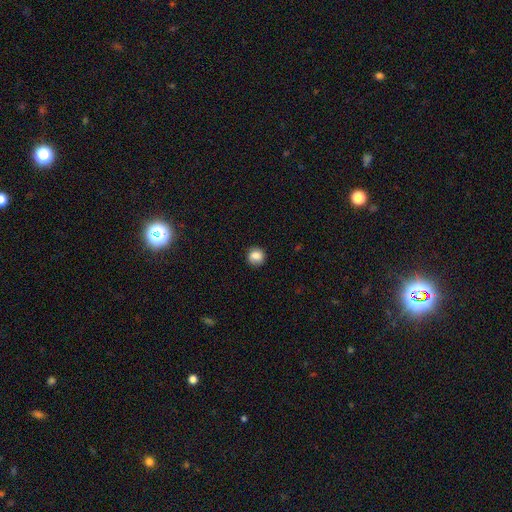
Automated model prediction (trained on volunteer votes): This appears to be a smooth galaxy with no disk features (84%) that is round (87%). Merging: none (85%).